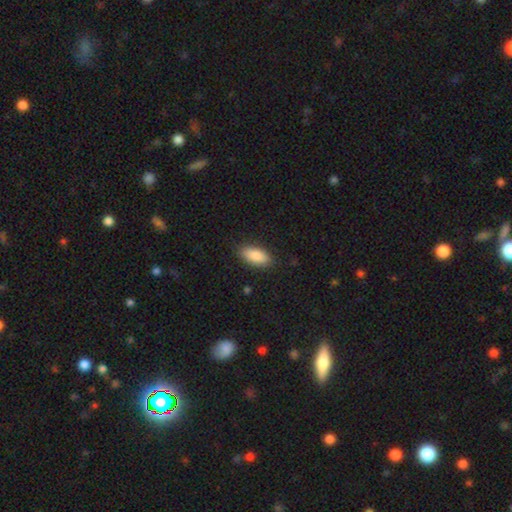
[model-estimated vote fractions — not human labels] smooth-or-featured: smooth: 89% | star or artifact: 6% | featured or disk: 5%
  how-rounded: in between: 90% | cigar-shaped: 8% | round: 2%
  merging: none: 87% | minor disturbance: 10% | major disturbance: 2% | merger: 1%